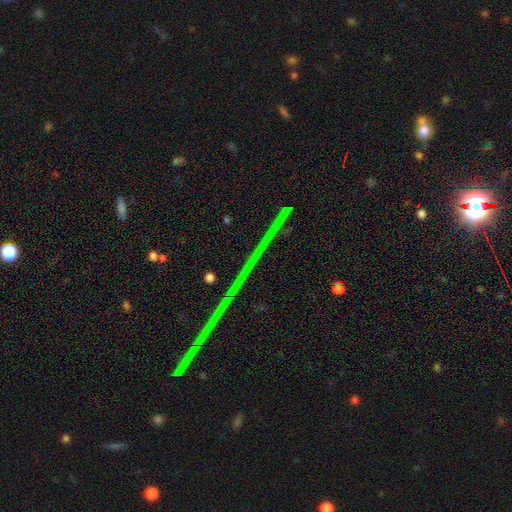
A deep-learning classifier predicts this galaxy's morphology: The model was most divided on "smooth or featured": star or artifact: 76%, featured or disk: 15%, smooth: 9%.